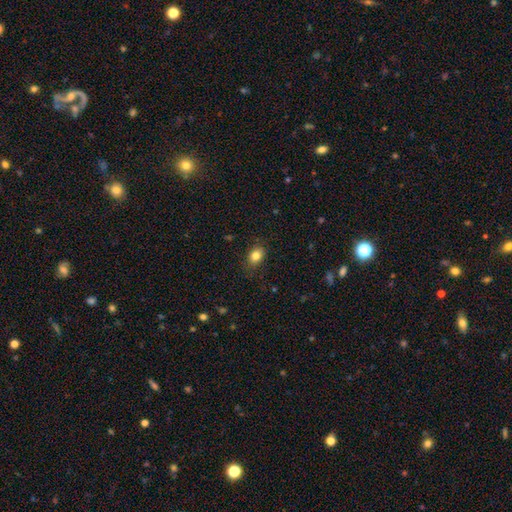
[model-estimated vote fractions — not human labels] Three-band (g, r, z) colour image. It shows a smooth galaxy with no disk features (83%) that is in between round and cigar-shaped (69%). Merging: none (82%).